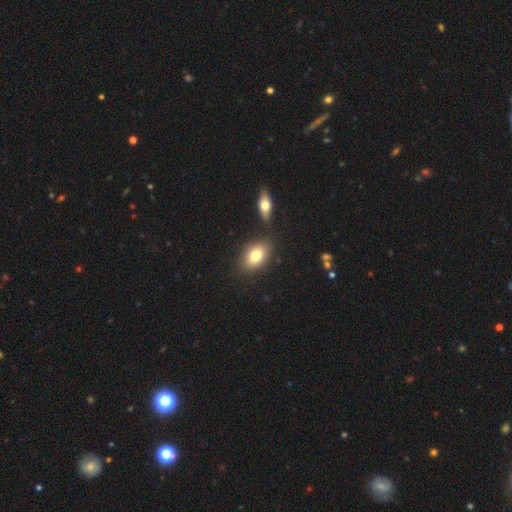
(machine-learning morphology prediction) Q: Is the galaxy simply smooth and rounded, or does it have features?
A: smooth — 77%.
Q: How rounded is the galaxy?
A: in between — 83%.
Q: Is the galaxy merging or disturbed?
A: none — 78%.